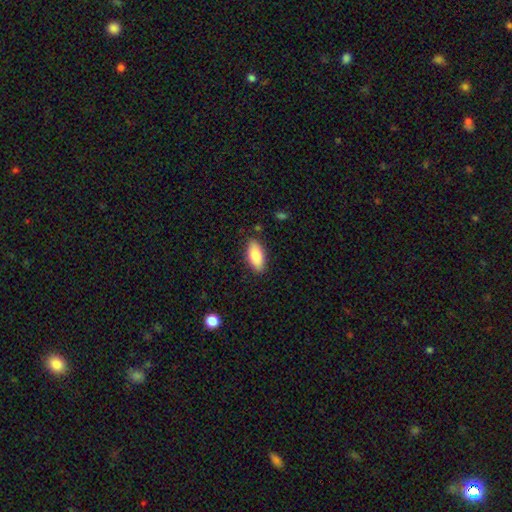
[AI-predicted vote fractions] Overall: smooth (84%). How rounded: in between (88%). Merging: none (85%).